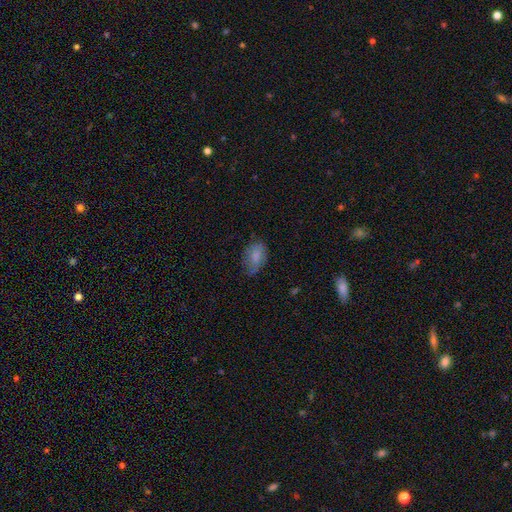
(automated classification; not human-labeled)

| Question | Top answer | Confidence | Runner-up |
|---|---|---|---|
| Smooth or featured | smooth | 77% | featured or disk (16%) |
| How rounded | in between | 88% | round (10%) |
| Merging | none | 59% | minor disturbance (31%) |